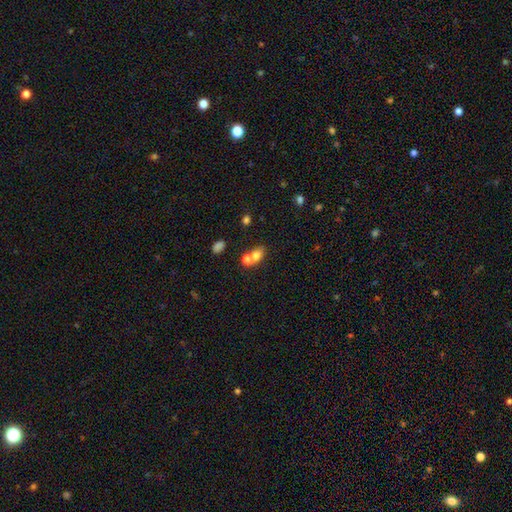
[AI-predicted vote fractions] smooth 72%, featured or disk 15%, star or artifact 13%. Down the decision tree: how rounded — in between (54%); merging — merger (54%).